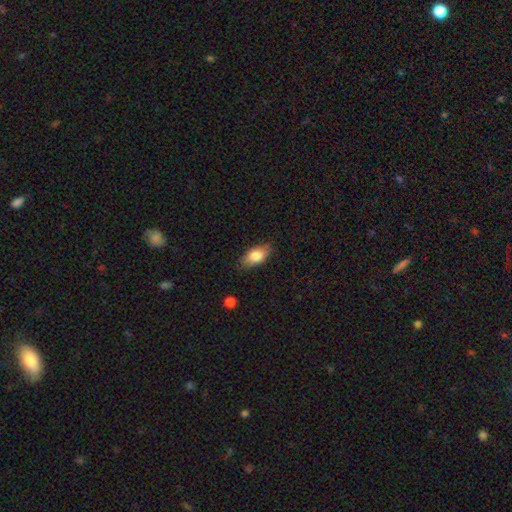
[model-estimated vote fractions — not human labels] smooth 80%, featured or disk 13%, star or artifact 7%. Down the decision tree: how rounded — in between (88%); merging — none (83%).